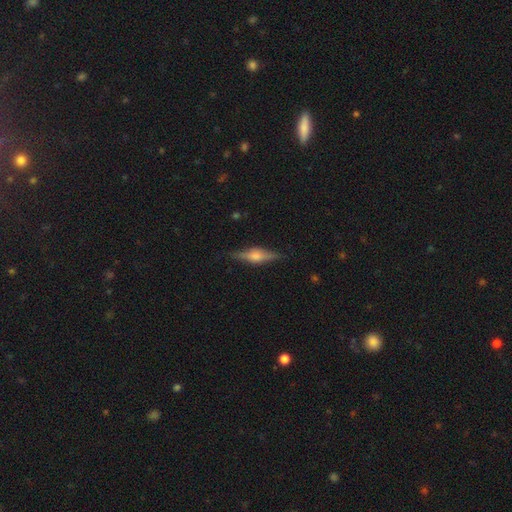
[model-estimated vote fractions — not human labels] A featured or disk galaxy (69%) viewed edge-on (96%) with a rounded central bulge (83%).

Vote fractions:
- Smooth or featured? featured or disk: 69% / smooth: 23% / star or artifact: 7%
- Edge-on disk? yes: 96% / no: 4%
- Edge-on bulge? rounded: 83% / boxy: 14% / none: 3%
- Merging? none: 86% / minor disturbance: 11% / major disturbance: 2% / merger: 1%